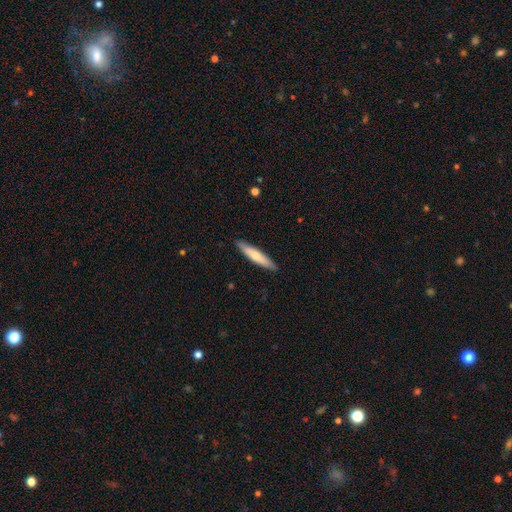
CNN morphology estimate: The model was most divided on "smooth or featured": smooth: 65%, featured or disk: 30%, star or artifact: 5%. More confident: merging — none (89%); how rounded — cigar-shaped (87%).